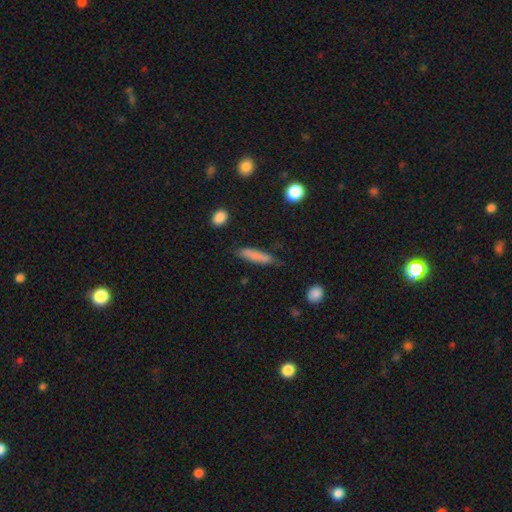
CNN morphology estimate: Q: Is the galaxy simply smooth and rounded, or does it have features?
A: smooth — 79%.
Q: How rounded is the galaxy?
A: cigar-shaped — 83%.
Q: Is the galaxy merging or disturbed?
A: none — 72%.